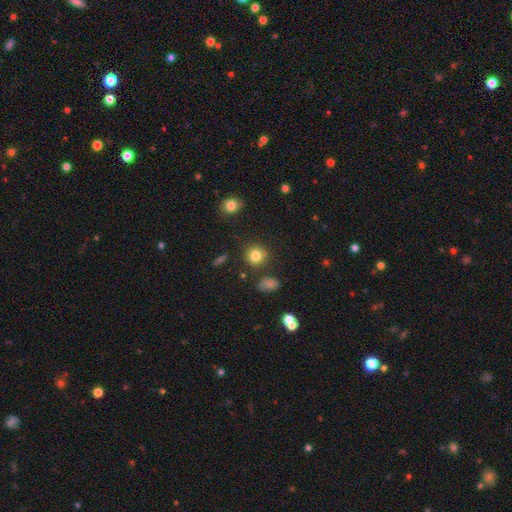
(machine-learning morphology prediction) Smooth or featured? Predicted: smooth (p=0.82). How rounded? Predicted: round (p=0.89). Merging? Predicted: none (p=0.85).